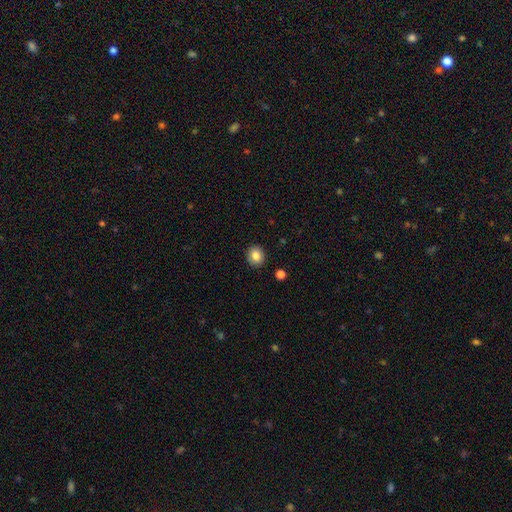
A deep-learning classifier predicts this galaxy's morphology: Smooth or featured?
  - smooth: 84% *
  - star or artifact: 9%
  - featured or disk: 7%
How rounded?
  - round: 75% *
  - in between: 24%
  - cigar-shaped: 1%
Merging?
  - none: 90% *
  - minor disturbance: 7%
  - major disturbance: 2%
  - merger: 1%